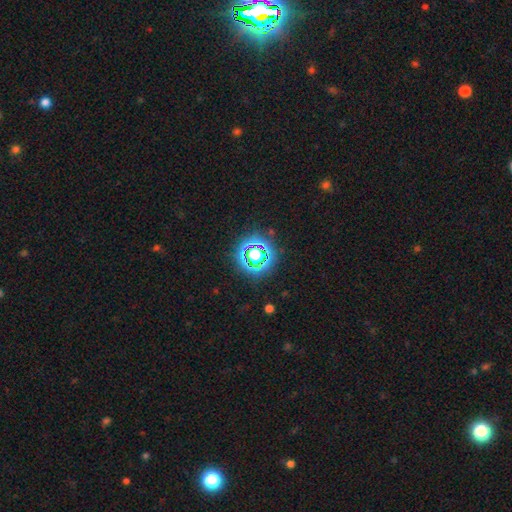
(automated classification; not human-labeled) Morphology: type=star or artifact (65%).